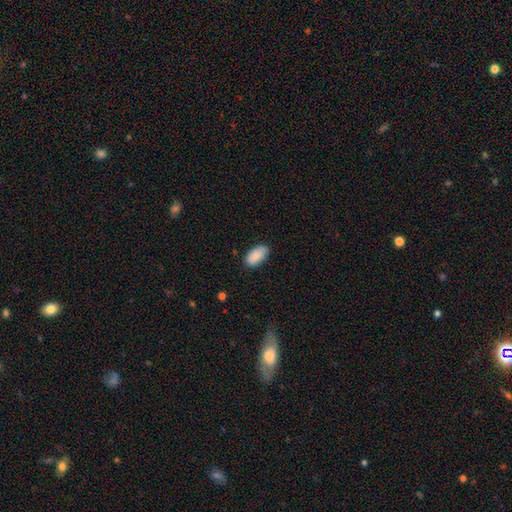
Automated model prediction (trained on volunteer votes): A smooth galaxy with no disk features (89%) that is in between round and cigar-shaped (95%).

Vote fractions:
- Smooth or featured? smooth: 89% / star or artifact: 7% / featured or disk: 5%
- How rounded? in between: 95% / round: 3% / cigar-shaped: 2%
- Merging? none: 80% / minor disturbance: 16% / major disturbance: 3% / merger: 1%